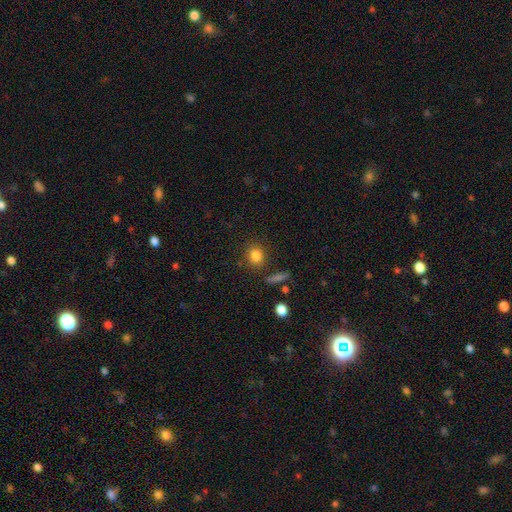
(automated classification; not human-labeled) smooth-or-featured: smooth: 83% | star or artifact: 11% | featured or disk: 6%
  how-rounded: round: 73% | in between: 25% | cigar-shaped: 2%
  merging: none: 83% | minor disturbance: 10% | merger: 4% | major disturbance: 3%